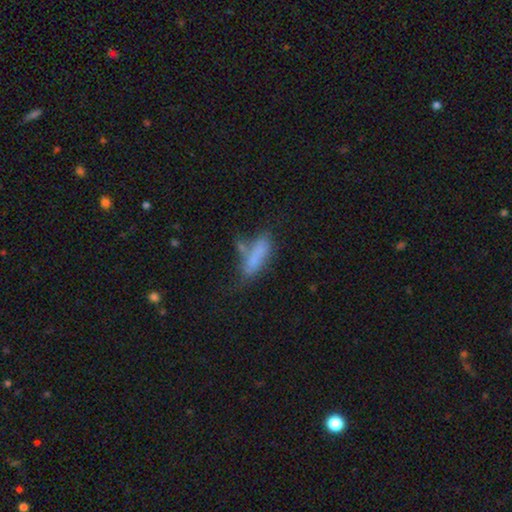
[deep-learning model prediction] smooth_or_featured: smooth (p=0.70) [alt: featured or disk p=0.20]
how_rounded: in between (p=0.50) [alt: cigar-shaped p=0.47]
merging: none (p=0.38) [alt: minor disturbance p=0.24]